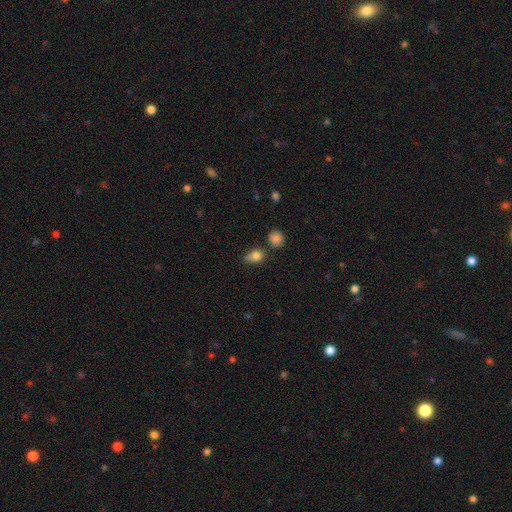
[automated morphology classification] Smooth or featured?
  - smooth: 82% *
  - star or artifact: 11%
  - featured or disk: 7%
How rounded?
  - in between: 62% *
  - round: 35%
  - cigar-shaped: 3%
Merging?
  - none: 54% *
  - minor disturbance: 28%
  - merger: 10%
  - major disturbance: 7%